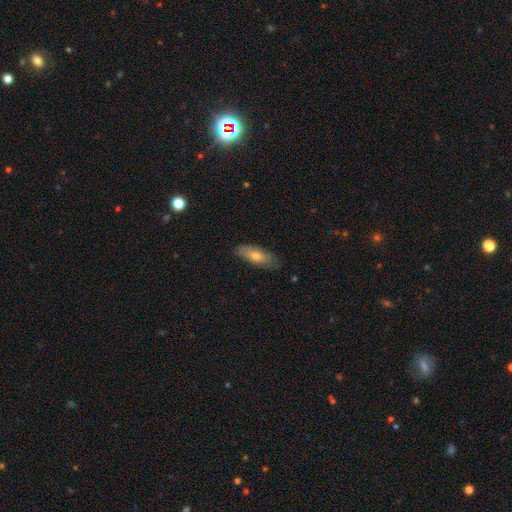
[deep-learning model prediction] smooth_or_featured: smooth (p=0.66) [alt: featured or disk p=0.27]
how_rounded: in between (p=0.59) [alt: cigar-shaped p=0.38]
merging: none (p=0.81) [alt: minor disturbance p=0.15]